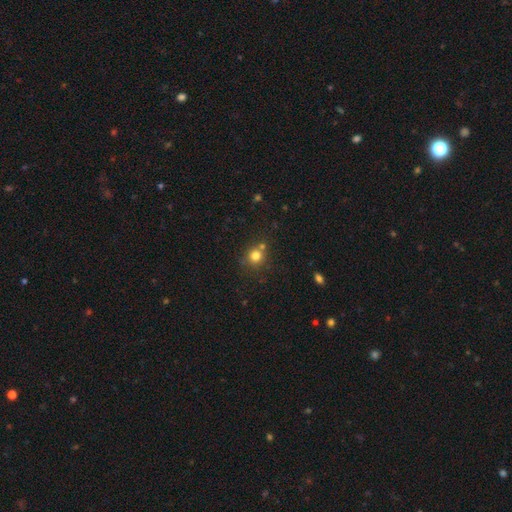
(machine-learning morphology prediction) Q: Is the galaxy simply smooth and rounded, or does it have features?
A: smooth — 78%.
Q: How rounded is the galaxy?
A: round — 89%.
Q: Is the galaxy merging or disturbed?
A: none — 68%.